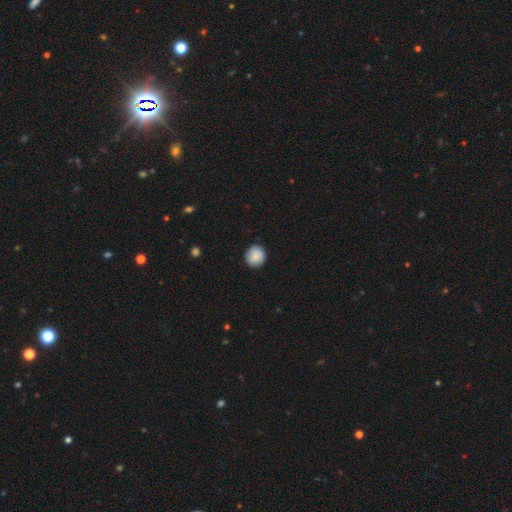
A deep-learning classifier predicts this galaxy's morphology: A smooth galaxy with no disk features (88%) that is round (89%).

Vote fractions:
- Smooth or featured? smooth: 88% / star or artifact: 7% / featured or disk: 5%
- How rounded? round: 89% / in between: 10% / cigar-shaped: 1%
- Merging? none: 90% / minor disturbance: 8% / major disturbance: 2% / merger: 1%